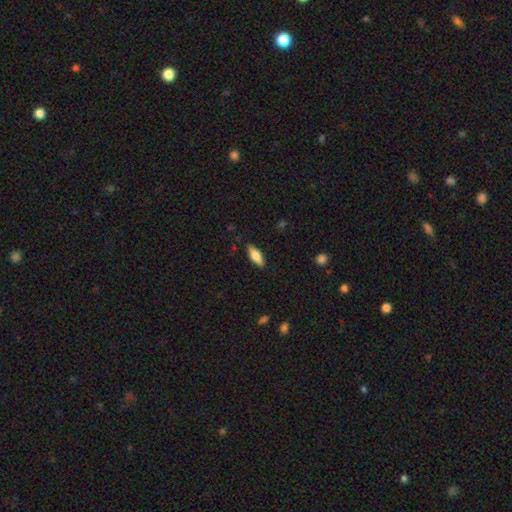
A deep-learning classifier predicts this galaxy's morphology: Smooth or featured: smooth — 70% (featured or disk — 23%)
How rounded: in between — 69% (cigar-shaped — 28%)
Merging: none — 86% (minor disturbance — 10%)